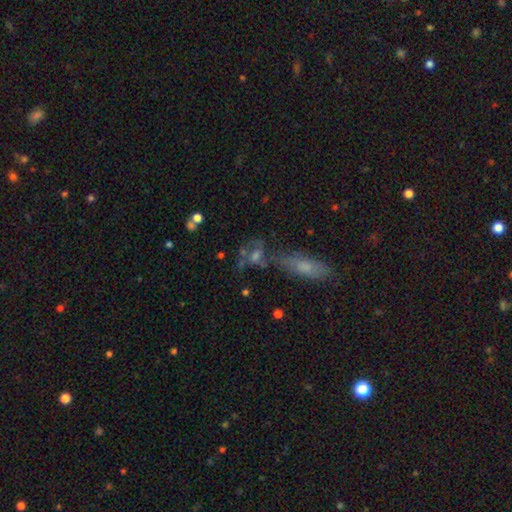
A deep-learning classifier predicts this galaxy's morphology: smooth_or_featured: smooth (p=0.45) [alt: featured or disk p=0.35]
merging: none (p=0.40) [alt: merger p=0.28]